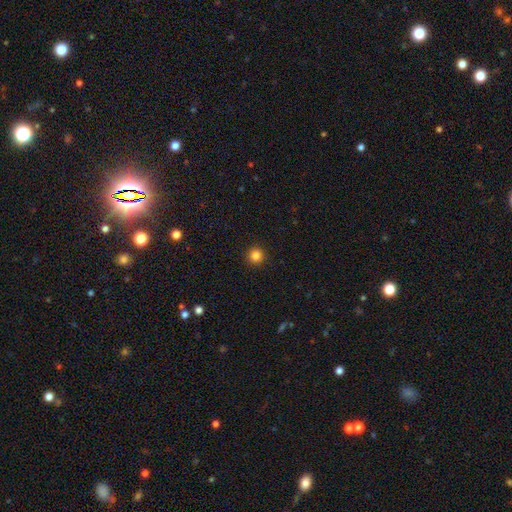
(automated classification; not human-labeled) Smooth or featured? Predicted: smooth (p=0.84). How rounded? Predicted: round (p=0.95). Merging? Predicted: none (p=0.93).